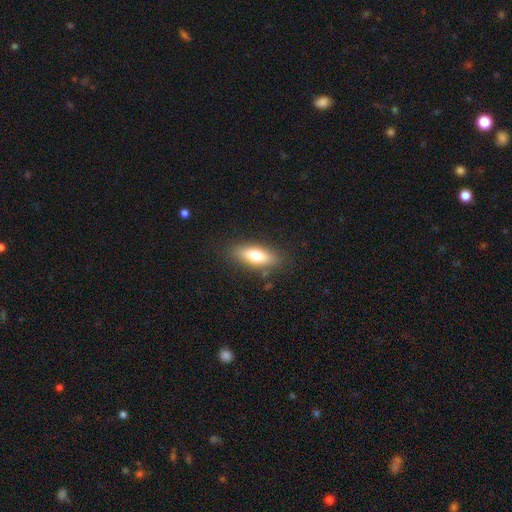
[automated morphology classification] type=smooth (71%); roundness=in between (64%); merging=none (84%).